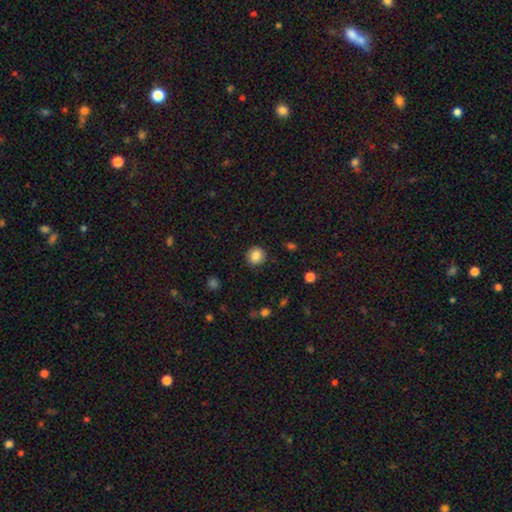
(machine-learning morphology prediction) Smooth or featured? Predicted: smooth (p=0.86). How rounded? Predicted: round (p=0.93). Merging? Predicted: none (p=0.91).